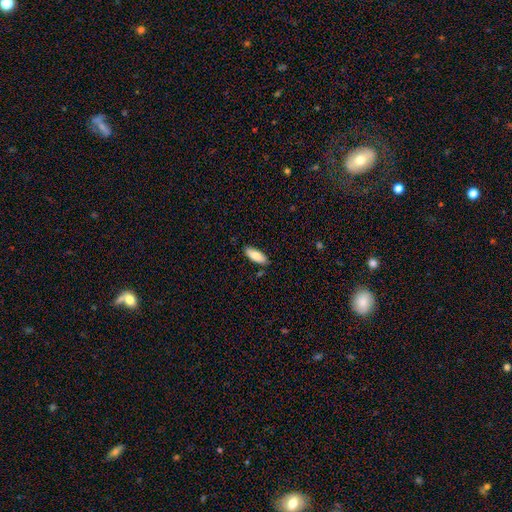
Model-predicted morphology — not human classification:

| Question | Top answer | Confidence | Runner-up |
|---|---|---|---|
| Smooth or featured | smooth | 84% | featured or disk (10%) |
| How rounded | in between | 77% | cigar-shaped (22%) |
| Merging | none | 84% | minor disturbance (12%) |